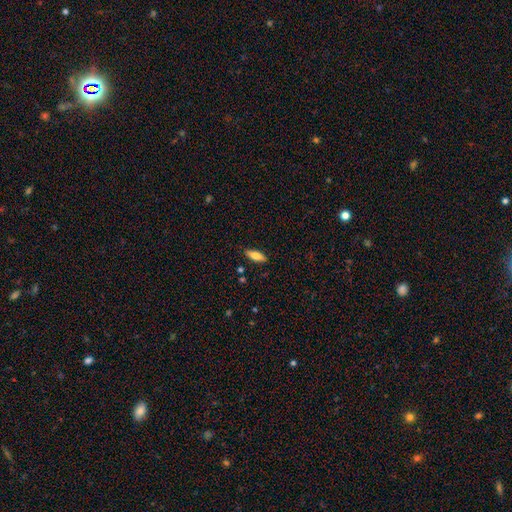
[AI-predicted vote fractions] Smooth or featured: smooth — 67% (featured or disk — 26%)
How rounded: in between — 64% (cigar-shaped — 33%)
Merging: none — 87% (minor disturbance — 10%)